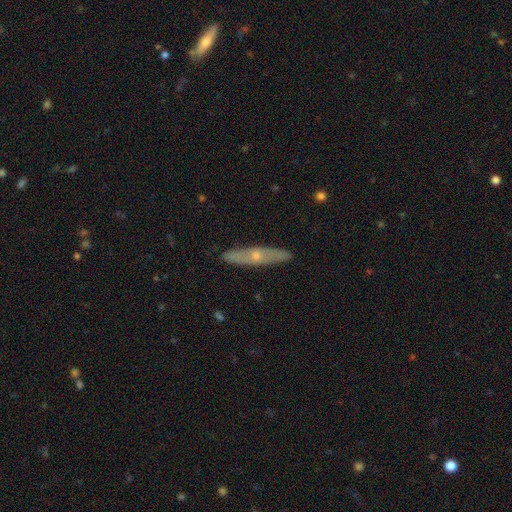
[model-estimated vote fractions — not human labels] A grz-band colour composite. It shows a featured or disk galaxy (58%) viewed edge-on (71%). Merging: none (88%).